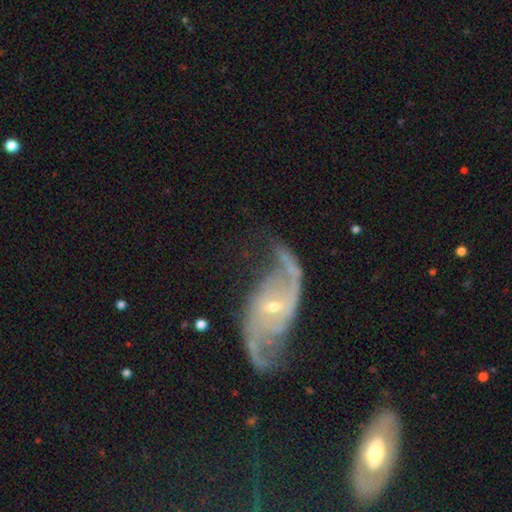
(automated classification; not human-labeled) Smooth or featured: featured or disk — 89% (star or artifact — 6%)
Edge-on disk: no — 96% (yes — 4%)
Bar: no — 49% (weak — 35%)
Spiral arms: yes — 96% (no — 4%)
Spiral winding: loose — 62% (medium — 29%)
Spiral arm count: 2 — 90% (can't tell — 3%)
Bulge size: small — 74% (moderate — 22%)
Merging: none — 65% (minor disturbance — 19%)